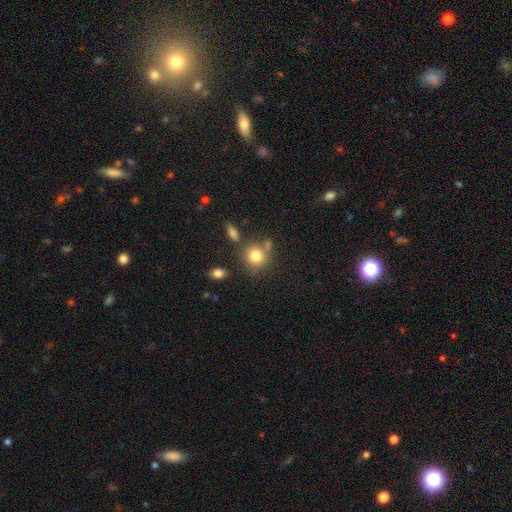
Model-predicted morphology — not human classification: Smooth or featured?
  - smooth: 80% *
  - star or artifact: 11%
  - featured or disk: 9%
How rounded?
  - round: 85% *
  - in between: 14%
  - cigar-shaped: 1%
Merging?
  - none: 65% *
  - merger: 16%
  - minor disturbance: 14%
  - major disturbance: 5%